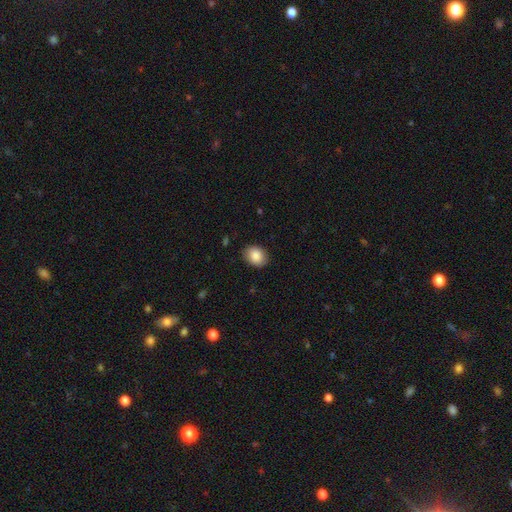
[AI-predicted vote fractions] smooth 88%, star or artifact 7%, featured or disk 5%. Down the decision tree: how rounded — in between (64%); merging — none (87%).